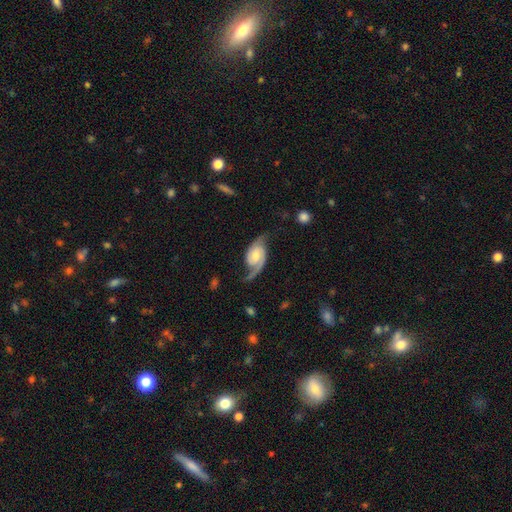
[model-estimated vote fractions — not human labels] Smooth or featured: featured or disk — 88% (smooth — 8%)
Edge-on disk: no — 97% (yes — 3%)
Bar: no — 56% (weak — 35%)
Spiral arms: yes — 97% (no — 3%)
Spiral winding: medium — 45% (loose — 34%)
Spiral arm count: 2 — 89% (1 — 5%)
Bulge size: moderate — 54% (small — 33%)
Merging: none — 65% (minor disturbance — 20%)